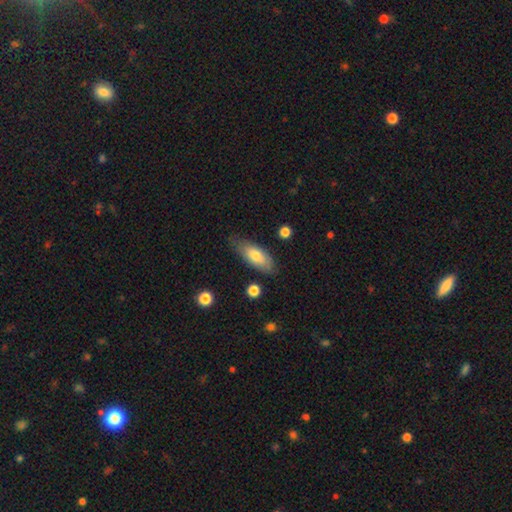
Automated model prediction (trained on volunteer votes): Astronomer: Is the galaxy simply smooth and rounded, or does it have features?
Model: smooth — 72%.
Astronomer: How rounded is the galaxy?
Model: in between — 76%.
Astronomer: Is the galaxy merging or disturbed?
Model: none — 75%.